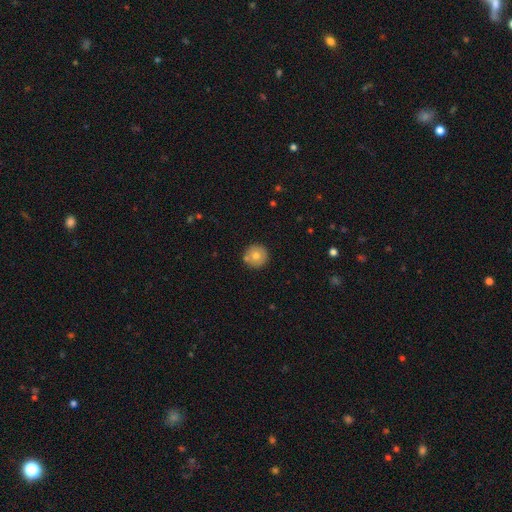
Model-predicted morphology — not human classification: type=smooth (71%); roundness=round (96%); merging=none (84%).